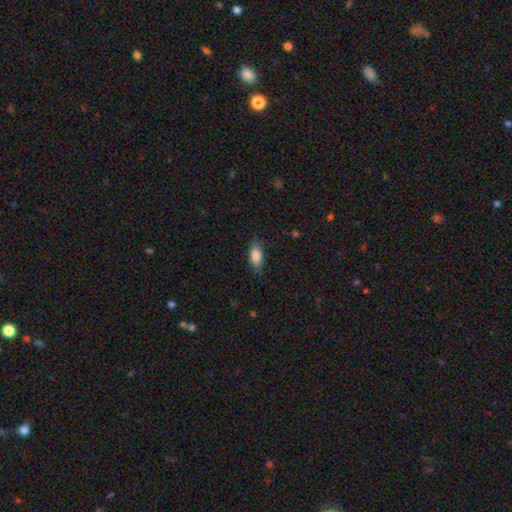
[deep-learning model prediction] Smooth or featured? Predicted: smooth (p=0.87). How rounded? Predicted: in between (p=0.89). Merging? Predicted: none (p=0.79).